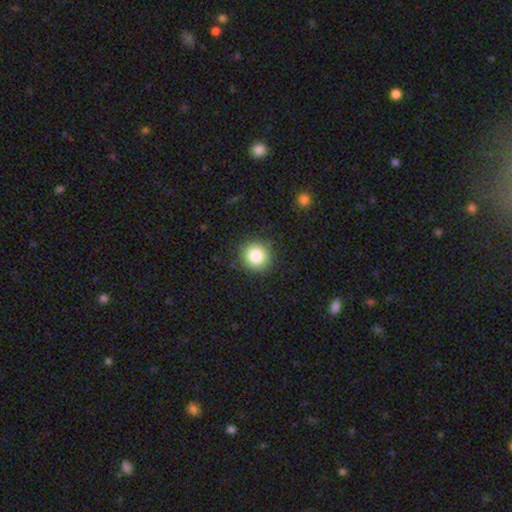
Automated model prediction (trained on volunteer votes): smooth-or-featured: smooth: 83% | star or artifact: 10% | featured or disk: 7%
  how-rounded: round: 92% | in between: 7% | cigar-shaped: 1%
  merging: none: 89% | minor disturbance: 8% | major disturbance: 2% | merger: 1%